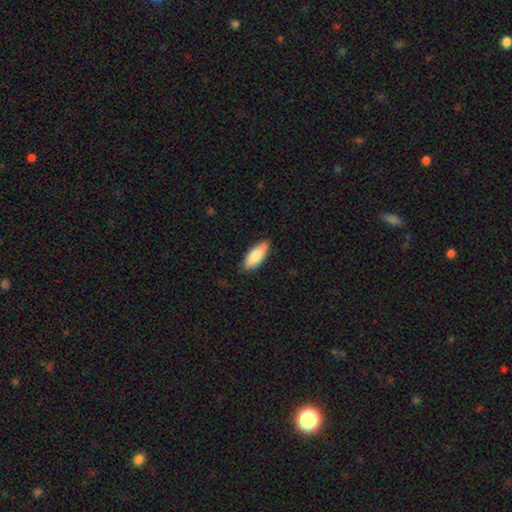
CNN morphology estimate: smooth_or_featured: smooth (p=0.84) [alt: featured or disk p=0.11]
how_rounded: in between (p=0.78) [alt: cigar-shaped p=0.21]
merging: none (p=0.85) [alt: minor disturbance p=0.12]